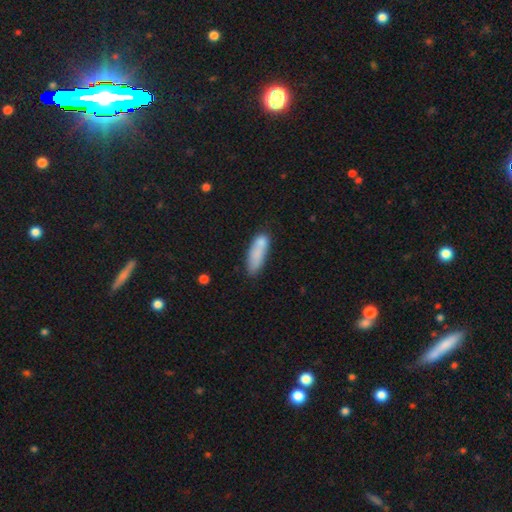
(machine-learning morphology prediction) smooth-or-featured: smooth: 79% | featured or disk: 14% | star or artifact: 7%
  how-rounded: in between: 52% | cigar-shaped: 46% | round: 2%
  merging: none: 56% | minor disturbance: 23% | merger: 13% | major disturbance: 7%